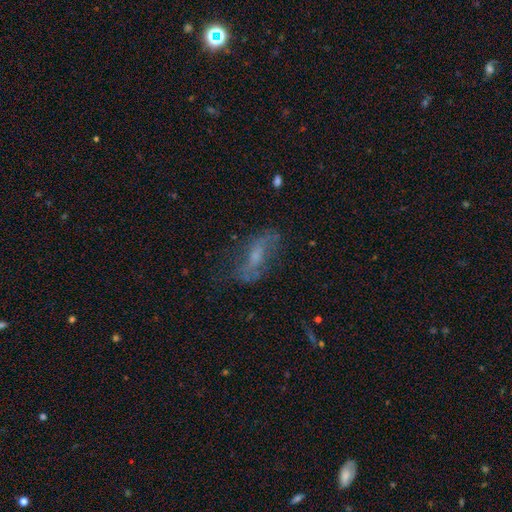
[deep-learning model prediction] Morphology: type=featured or disk (59%); edge-on=no (86%); bar=no (49%); spiral arms=yes (64%); bulge=small (47%); merging=none (57%).